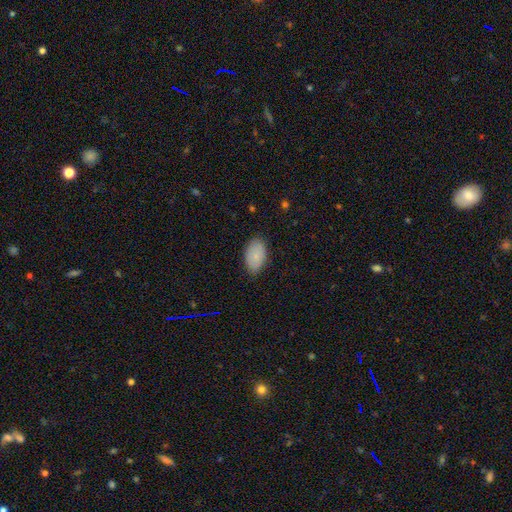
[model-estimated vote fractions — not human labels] A smooth galaxy with no disk features (83%) that is in between round and cigar-shaped (93%).

Vote fractions:
- Smooth or featured? smooth: 83% / featured or disk: 10% / star or artifact: 7%
- How rounded? in between: 93% / round: 6% / cigar-shaped: 1%
- Merging? none: 83% / minor disturbance: 14% / major disturbance: 3% / merger: 1%